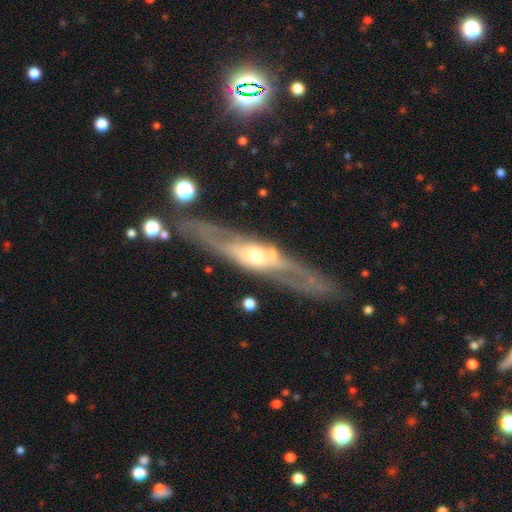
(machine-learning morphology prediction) featured or disk 81%, smooth 14%, star or artifact 6%. Down the decision tree: edge-on disk — yes (53%); merging — none (80%).